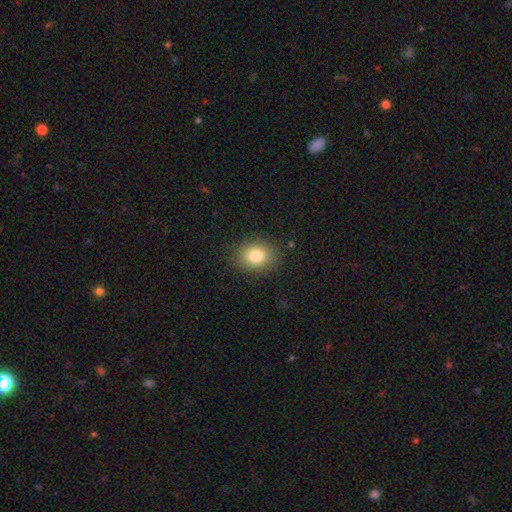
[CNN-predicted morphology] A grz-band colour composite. It shows a smooth galaxy with no disk features (81%) that is round (51%). Merging: none (86%).